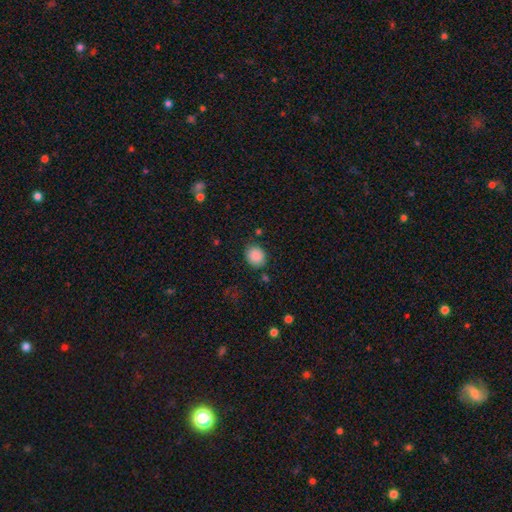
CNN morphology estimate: Q: Smooth or featured?
A: smooth (88%); runner-up: star or artifact (8%)
Q: How rounded?
A: round (67%); runner-up: in between (32%)
Q: Merging?
A: none (83%); runner-up: minor disturbance (11%)